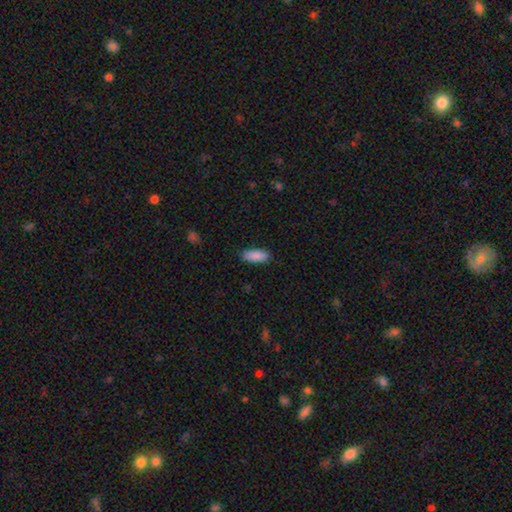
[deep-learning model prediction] A smooth galaxy with no disk features (90%) that is in between round and cigar-shaped (79%).

Vote fractions:
- Smooth or featured? smooth: 90% / star or artifact: 6% / featured or disk: 4%
- How rounded? in between: 79% / cigar-shaped: 19% / round: 2%
- Merging? none: 88% / minor disturbance: 9% / major disturbance: 2% / merger: 1%